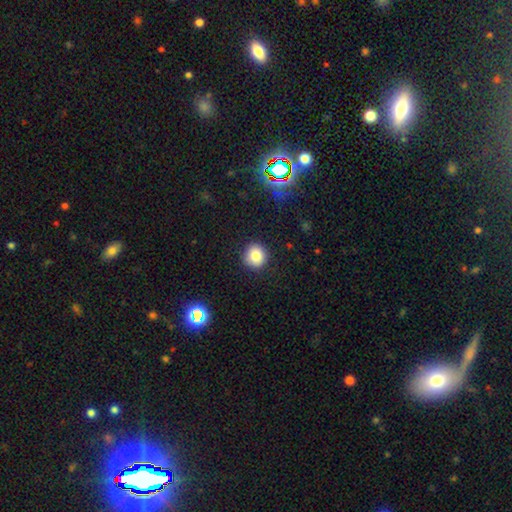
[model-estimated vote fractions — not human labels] smooth 82%, star or artifact 11%, featured or disk 7%. Down the decision tree: how rounded — round (90%); merging — none (89%).